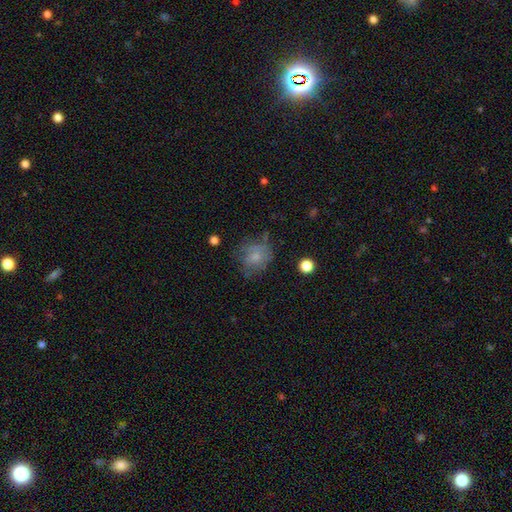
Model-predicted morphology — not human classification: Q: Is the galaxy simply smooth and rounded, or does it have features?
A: smooth — 66%.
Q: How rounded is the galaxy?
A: round — 67%.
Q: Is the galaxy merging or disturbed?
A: none — 54%.